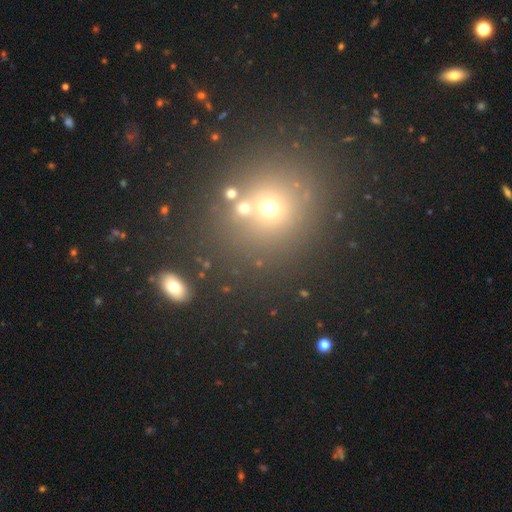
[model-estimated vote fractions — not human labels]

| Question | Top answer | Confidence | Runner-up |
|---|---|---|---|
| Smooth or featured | smooth | 46% | star or artifact (42%) |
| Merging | none | 73% | merger (15%) |